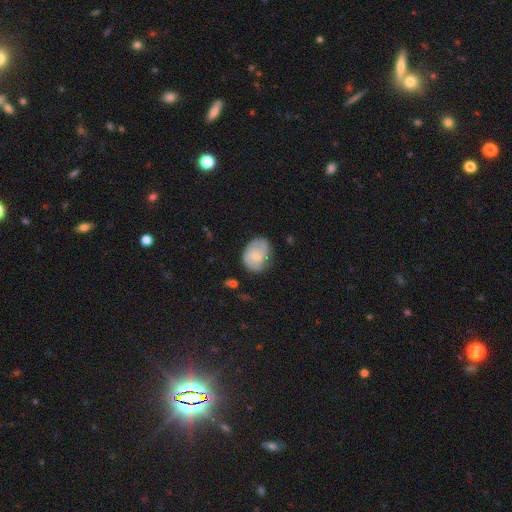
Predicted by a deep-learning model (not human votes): Smooth or featured? smooth (53%)
How rounded? in between (59%)
Merging? none (59%)